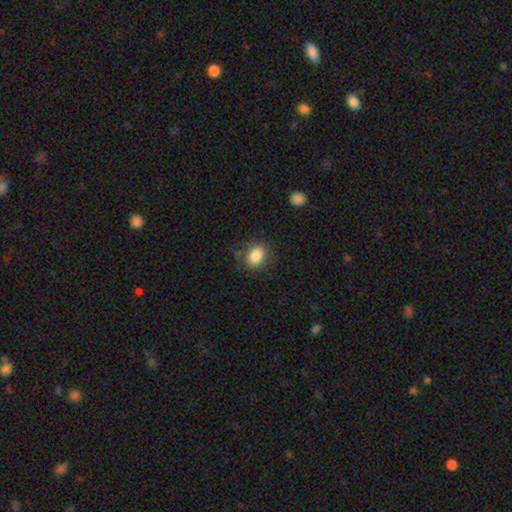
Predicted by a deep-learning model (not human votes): smooth-or-featured: smooth: 85% | star or artifact: 9% | featured or disk: 6%
  how-rounded: in between: 56% | round: 43% | cigar-shaped: 1%
  merging: none: 82% | minor disturbance: 13% | major disturbance: 4% | merger: 2%